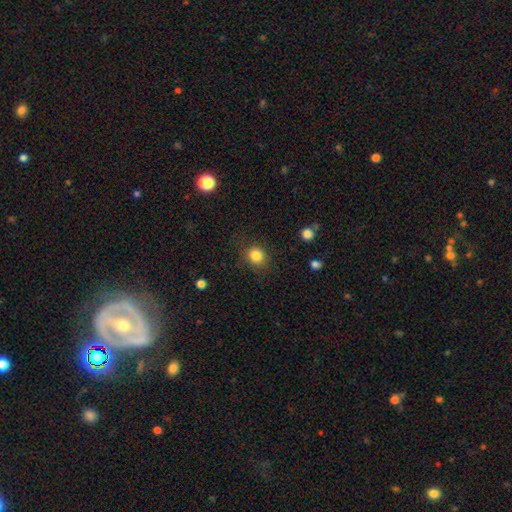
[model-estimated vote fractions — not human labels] Q: Smooth or featured?
A: smooth (84%); runner-up: star or artifact (11%)
Q: How rounded?
A: round (80%); runner-up: in between (19%)
Q: Merging?
A: none (83%); runner-up: minor disturbance (11%)